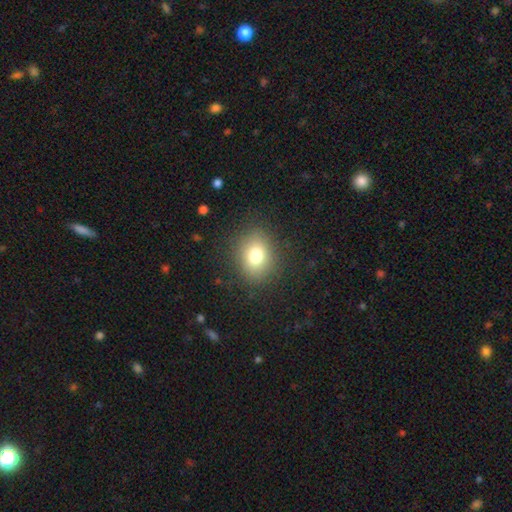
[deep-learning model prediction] Smooth or featured?
  - smooth: 77% *
  - star or artifact: 13%
  - featured or disk: 11%
How rounded?
  - round: 58% *
  - in between: 41%
  - cigar-shaped: 1%
Merging?
  - none: 86% *
  - minor disturbance: 9%
  - major disturbance: 4%
  - merger: 1%